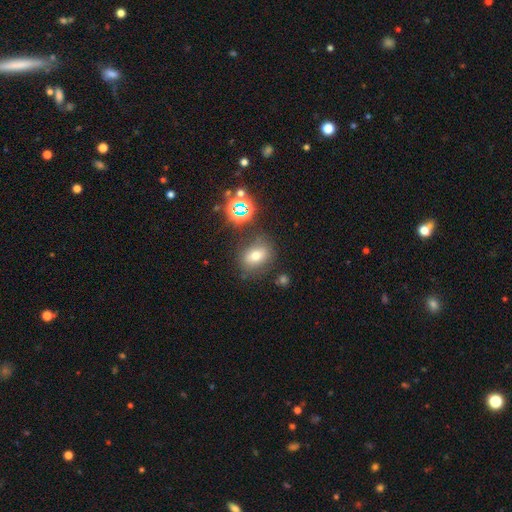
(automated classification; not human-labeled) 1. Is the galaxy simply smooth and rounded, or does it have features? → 65% smooth, 20% star or artifact, 15% featured or disk.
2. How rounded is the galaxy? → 63% in between, 35% round, 2% cigar-shaped.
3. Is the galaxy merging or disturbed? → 74% none, 14% minor disturbance, 6% merger, 6% major disturbance.